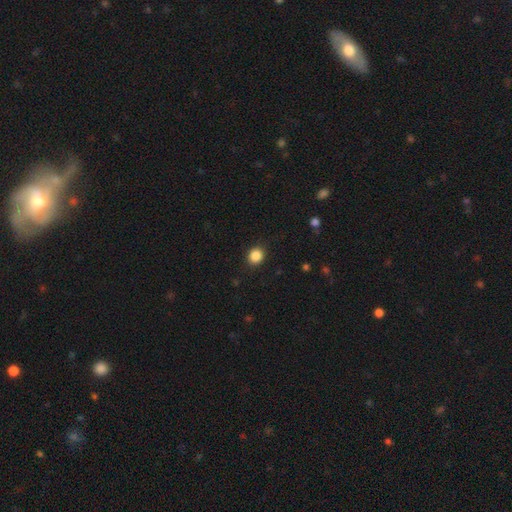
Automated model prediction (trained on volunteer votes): A smooth galaxy with no disk features (87%) that is round (74%). Merging: none (90%).